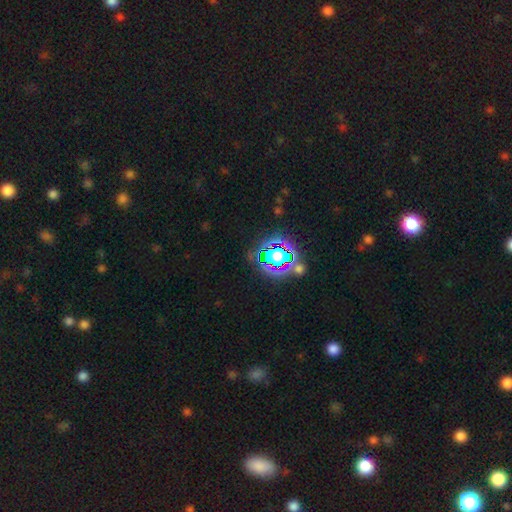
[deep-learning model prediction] This appears to be a star or artifact, not a galaxy (76%).